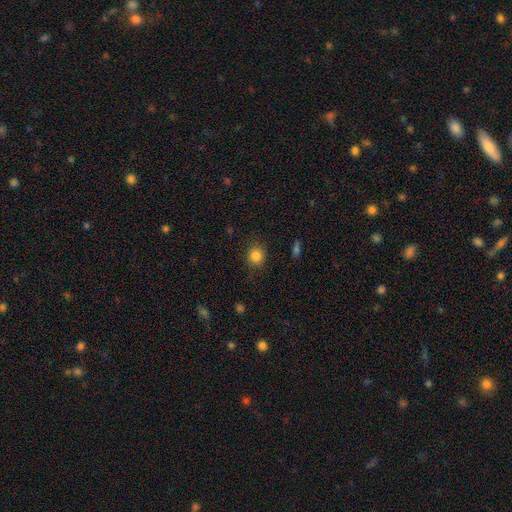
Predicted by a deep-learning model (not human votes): Morphology: type=smooth (83%); roundness=round (84%); merging=none (87%).